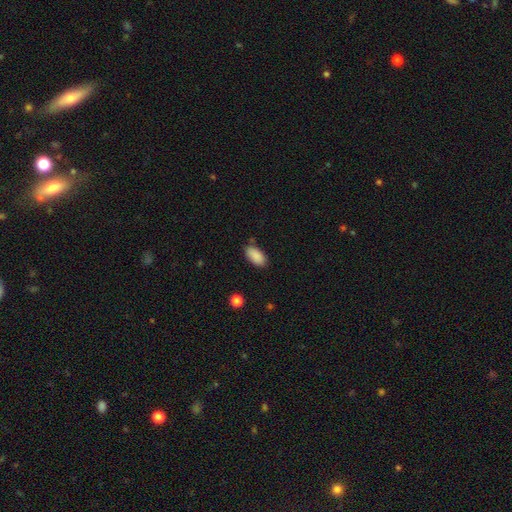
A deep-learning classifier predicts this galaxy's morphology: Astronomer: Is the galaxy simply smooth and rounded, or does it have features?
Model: smooth — 89%.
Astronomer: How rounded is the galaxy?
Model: in between — 93%.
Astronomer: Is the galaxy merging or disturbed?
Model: none — 83%.